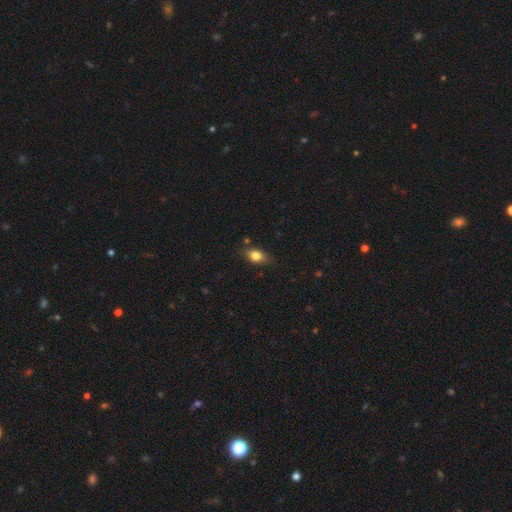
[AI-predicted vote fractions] smooth_or_featured: smooth (p=0.79) [alt: featured or disk p=0.13]
how_rounded: in between (p=0.74) [alt: round p=0.21]
merging: none (p=0.76) [alt: minor disturbance p=0.19]